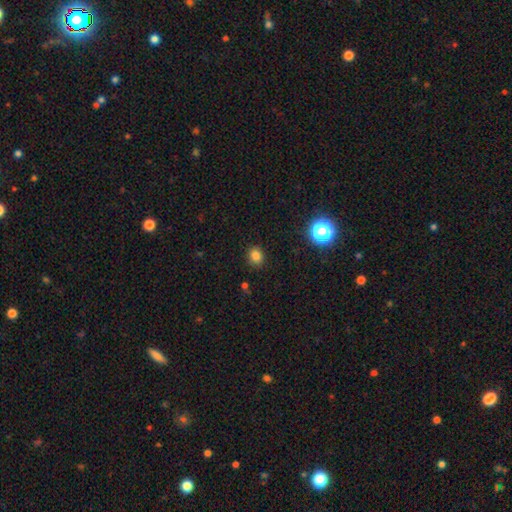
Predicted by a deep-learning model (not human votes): The model was most divided on "how rounded": round: 69%, in between: 30%, cigar-shaped: 1%. More confident: merging — none (89%); smooth or featured — smooth (81%).